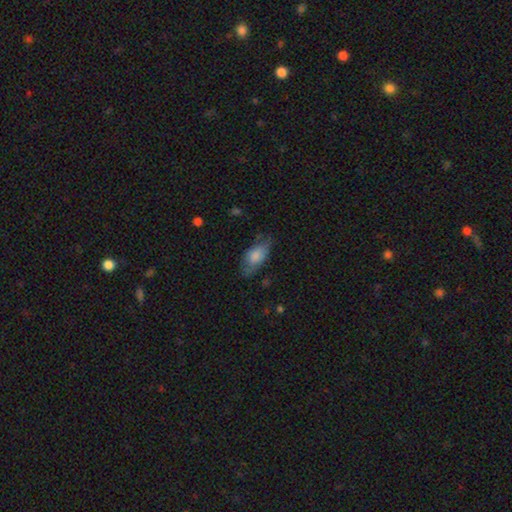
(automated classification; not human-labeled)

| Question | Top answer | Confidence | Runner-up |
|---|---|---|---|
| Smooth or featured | smooth | 71% | featured or disk (21%) |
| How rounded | in between | 87% | cigar-shaped (9%) |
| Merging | none | 60% | minor disturbance (28%) |